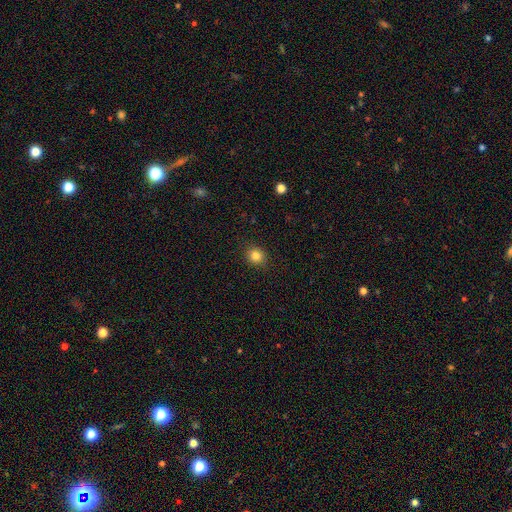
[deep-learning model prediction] Smooth or featured: smooth — 83% (star or artifact — 12%)
How rounded: round — 81% (in between — 18%)
Merging: none — 89% (minor disturbance — 8%)